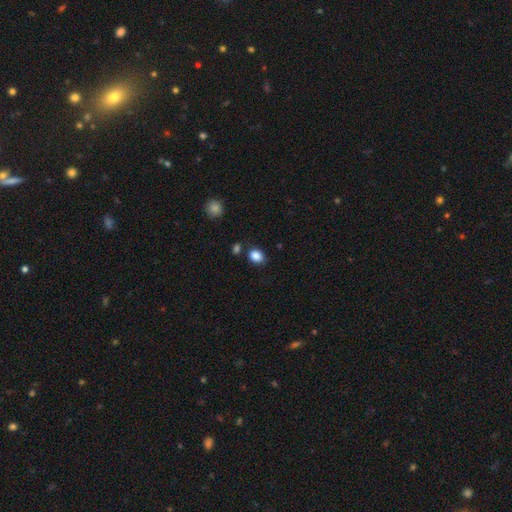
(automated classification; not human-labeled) Smooth or featured?
  - smooth: 86% *
  - star or artifact: 10%
  - featured or disk: 4%
How rounded?
  - in between: 56% *
  - round: 43%
  - cigar-shaped: 1%
Merging?
  - none: 78% *
  - minor disturbance: 12%
  - merger: 6%
  - major disturbance: 3%